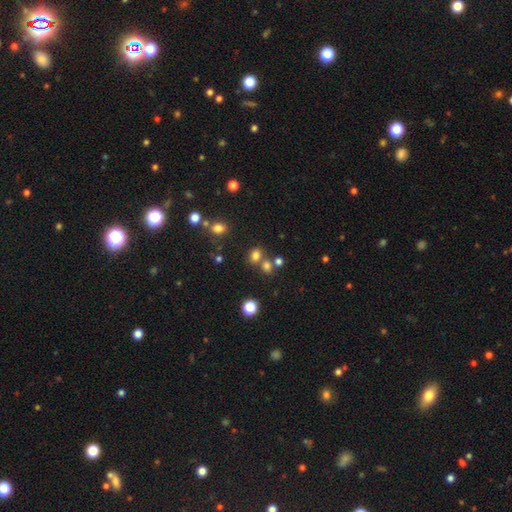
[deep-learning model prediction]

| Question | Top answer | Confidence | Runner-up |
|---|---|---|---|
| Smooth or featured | smooth | 73% | star or artifact (19%) |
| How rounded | round | 59% | in between (40%) |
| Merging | none | 58% | merger (27%) |